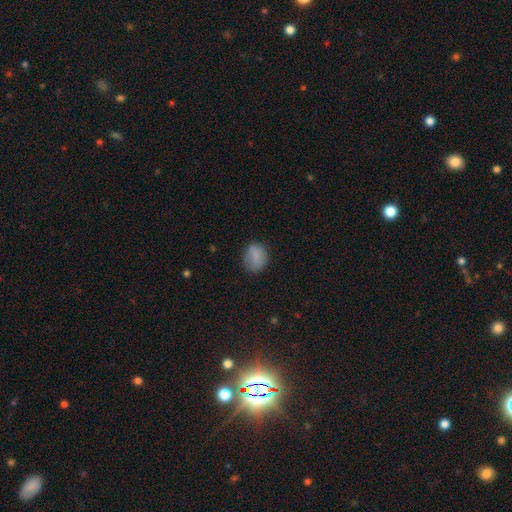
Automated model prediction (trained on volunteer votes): Morphology: type=smooth (83%); roundness=round (57%); merging=none (72%).